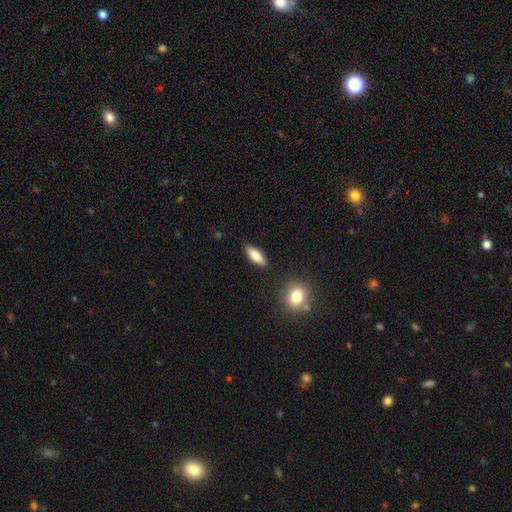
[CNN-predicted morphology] Smooth or featured?
  - smooth: 79% *
  - featured or disk: 14%
  - star or artifact: 7%
How rounded?
  - in between: 65% *
  - cigar-shaped: 33%
  - round: 3%
Merging?
  - none: 86% *
  - minor disturbance: 9%
  - merger: 2%
  - major disturbance: 2%